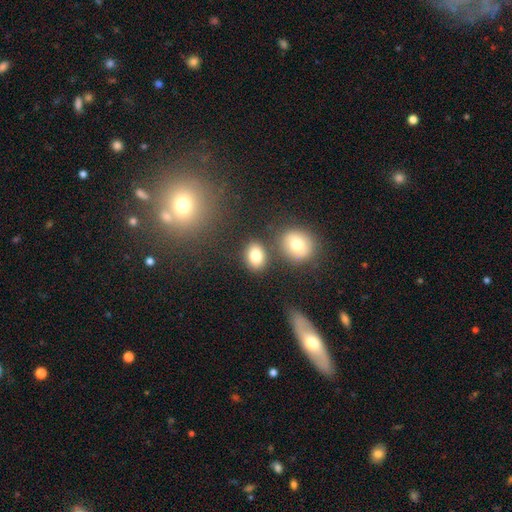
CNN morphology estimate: smooth-or-featured: smooth: 80% | star or artifact: 10% | featured or disk: 10%
  how-rounded: in between: 67% | round: 32% | cigar-shaped: 1%
  merging: none: 74% | merger: 12% | minor disturbance: 11% | major disturbance: 4%